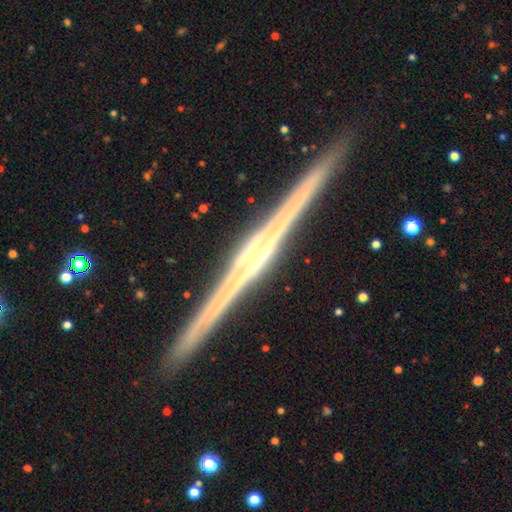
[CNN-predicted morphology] This is clearly a featured or disk galaxy (89%). It is clearly viewed edge-on (99%). Edge-on bulge: possibly rounded (58%). Merging: clearly none (93%).